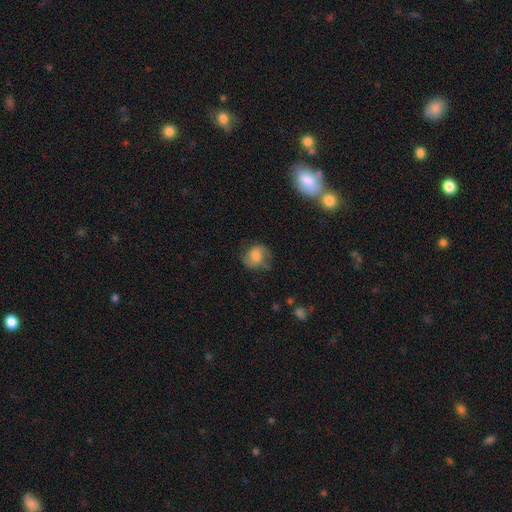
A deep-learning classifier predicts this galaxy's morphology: This is possibly a featured or disk galaxy (46%). Merging: likely none (64%).